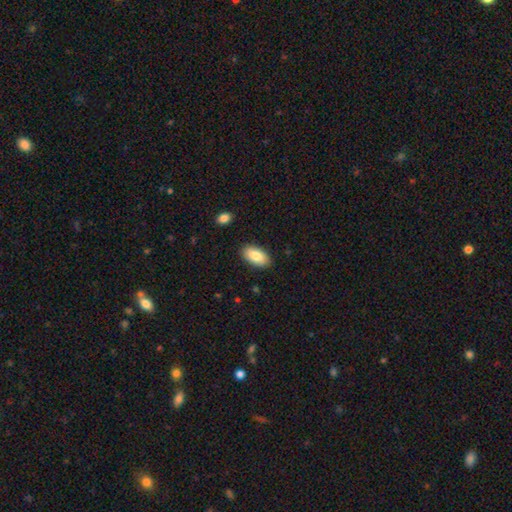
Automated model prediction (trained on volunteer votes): Smooth or featured? smooth (84%)
How rounded? in between (94%)
Merging? none (88%)